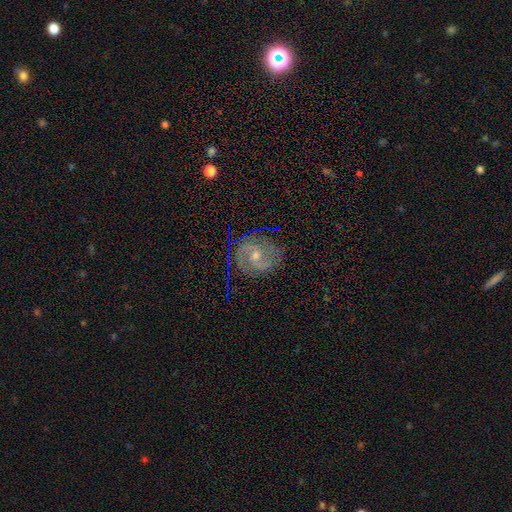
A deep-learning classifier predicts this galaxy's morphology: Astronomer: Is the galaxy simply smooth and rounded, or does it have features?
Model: featured or disk — 82%.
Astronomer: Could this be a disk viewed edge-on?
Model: no — 97%.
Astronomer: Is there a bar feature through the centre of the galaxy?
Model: no — 45% (runner-up: weak, 43%).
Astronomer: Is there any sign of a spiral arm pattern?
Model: yes — 96%.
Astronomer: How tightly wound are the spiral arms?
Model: medium — 45% (runner-up: tight, 43%).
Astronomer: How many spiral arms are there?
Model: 2 — 63%.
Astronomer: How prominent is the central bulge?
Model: small — 48% (runner-up: moderate, 47%).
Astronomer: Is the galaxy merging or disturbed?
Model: none — 77%.